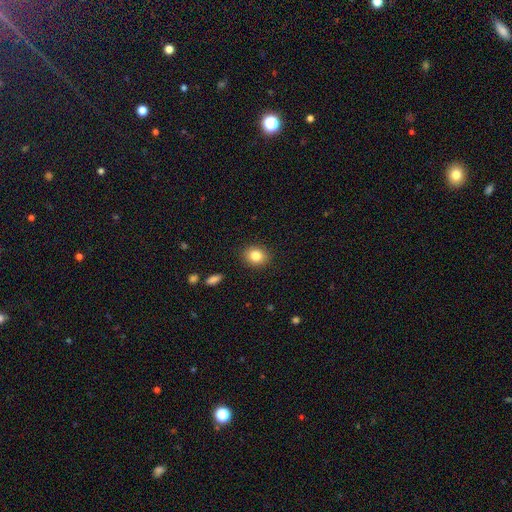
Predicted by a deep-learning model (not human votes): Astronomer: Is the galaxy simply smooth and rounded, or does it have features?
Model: smooth — 84%.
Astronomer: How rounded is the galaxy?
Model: round — 61% (runner-up: in between, 38%).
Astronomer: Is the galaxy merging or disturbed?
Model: none — 89%.